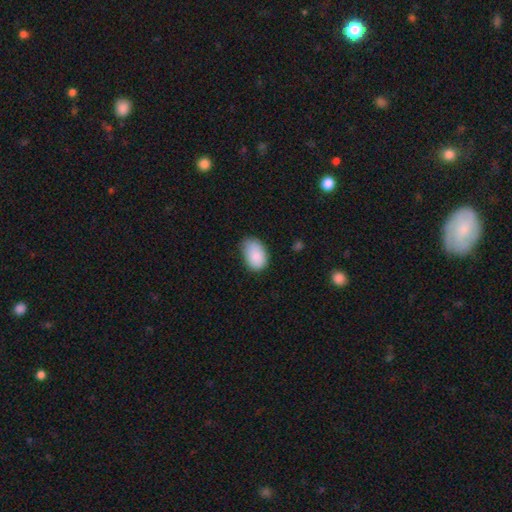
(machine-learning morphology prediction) Smooth or featured?
  - smooth: 88% *
  - star or artifact: 7%
  - featured or disk: 6%
How rounded?
  - in between: 88% *
  - round: 11%
  - cigar-shaped: 1%
Merging?
  - none: 62% *
  - minor disturbance: 31%
  - major disturbance: 6%
  - merger: 2%